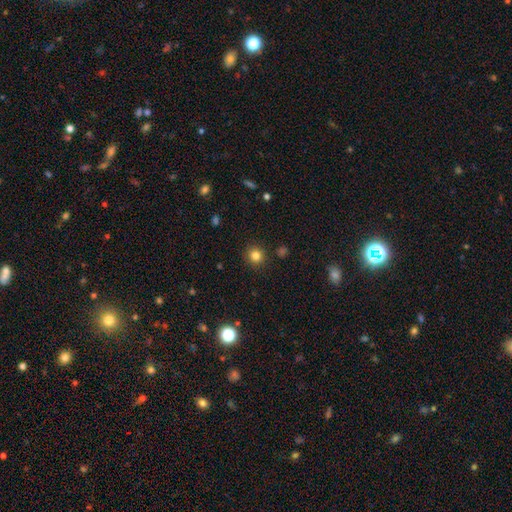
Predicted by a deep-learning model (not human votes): This is clearly a smooth galaxy (82%). How rounded: clearly round (91%). Merging: clearly none (91%).